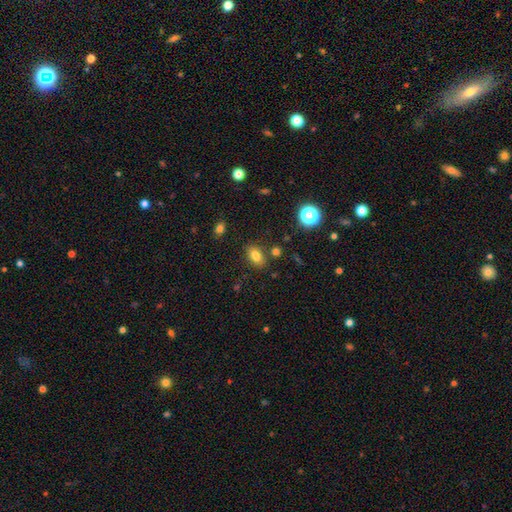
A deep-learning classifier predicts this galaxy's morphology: Smooth or featured: smooth — 80% (star or artifact — 12%)
How rounded: in between — 84% (round — 12%)
Merging: none — 81% (minor disturbance — 11%)